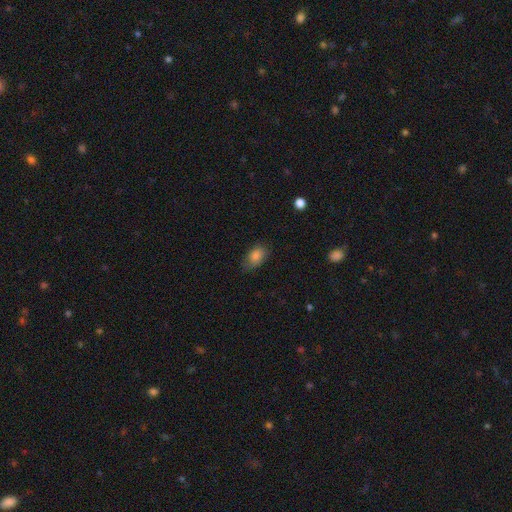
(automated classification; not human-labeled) Morphology: type=smooth (82%); roundness=in between (87%); merging=none (70%).